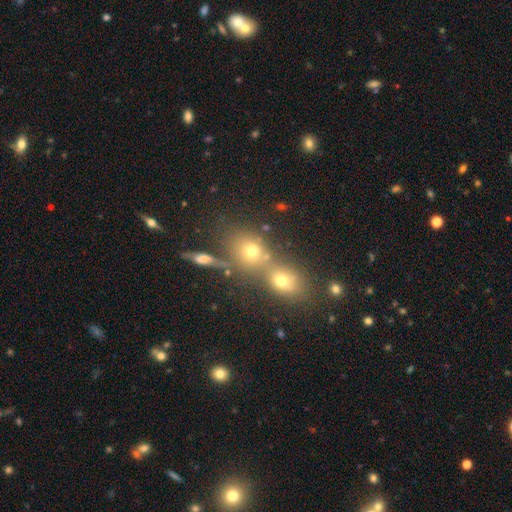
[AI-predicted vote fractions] smooth 53%, star or artifact 30%, featured or disk 16%. Down the decision tree: how rounded — round (72%); merging — merger (47%).